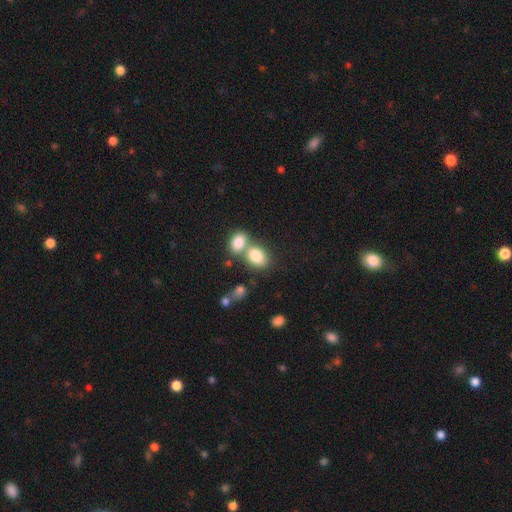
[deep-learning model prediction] smooth 81%, featured or disk 10%, star or artifact 9%. Down the decision tree: how rounded — in between (70%); merging — merger (52%).